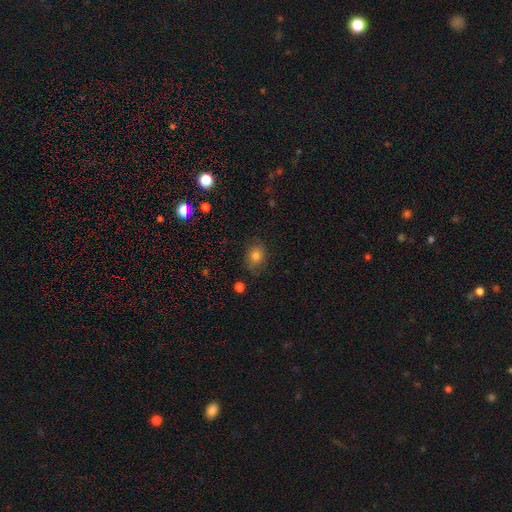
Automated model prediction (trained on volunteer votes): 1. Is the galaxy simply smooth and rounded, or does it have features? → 70% smooth, 17% featured or disk, 13% star or artifact.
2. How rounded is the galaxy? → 56% in between, 43% round, 1% cigar-shaped.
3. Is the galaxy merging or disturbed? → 75% none, 18% minor disturbance, 6% major disturbance, 1% merger.